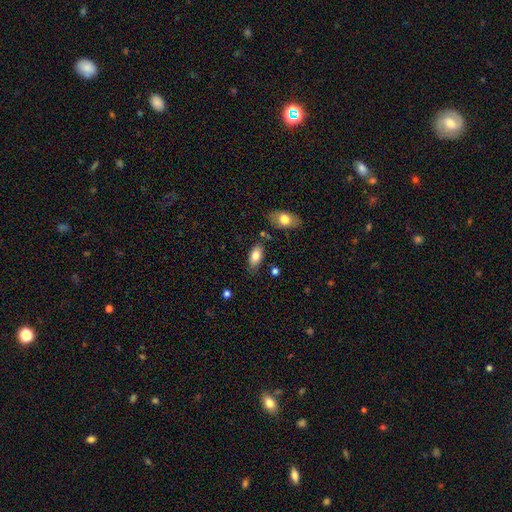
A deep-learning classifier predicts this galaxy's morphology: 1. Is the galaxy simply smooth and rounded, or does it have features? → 79% smooth, 14% featured or disk, 7% star or artifact.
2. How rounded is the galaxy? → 91% in between, 6% cigar-shaped, 3% round.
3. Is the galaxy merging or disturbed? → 74% none, 17% minor disturbance, 5% merger, 4% major disturbance.